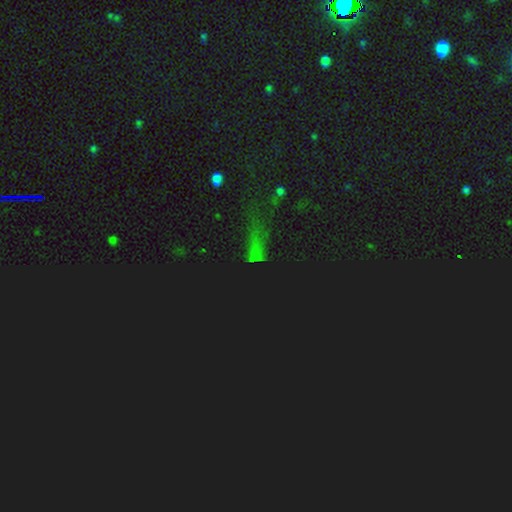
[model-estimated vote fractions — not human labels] Smooth or featured? star or artifact (61%)